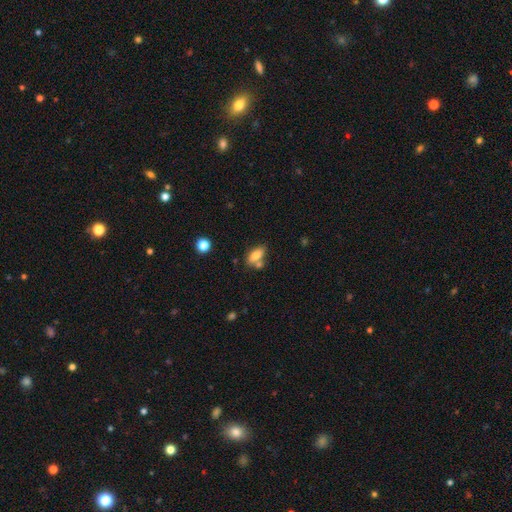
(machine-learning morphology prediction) The model was most divided on "merging": none: 56%, merger: 25%, minor disturbance: 15%, major disturbance: 4%. More confident: how rounded — in between (83%); smooth or featured — smooth (76%).